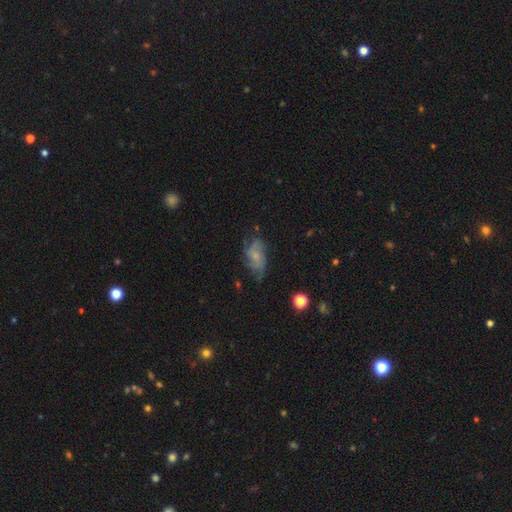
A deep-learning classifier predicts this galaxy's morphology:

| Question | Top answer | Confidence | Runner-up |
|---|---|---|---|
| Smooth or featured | featured or disk | 53% | smooth (36%) |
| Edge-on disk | no | 94% | yes (6%) |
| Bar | no | 76% | weak (21%) |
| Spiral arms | yes | 77% | no (23%) |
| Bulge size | small | 58% | moderate (21%) |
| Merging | none | 55% | minor disturbance (27%) |